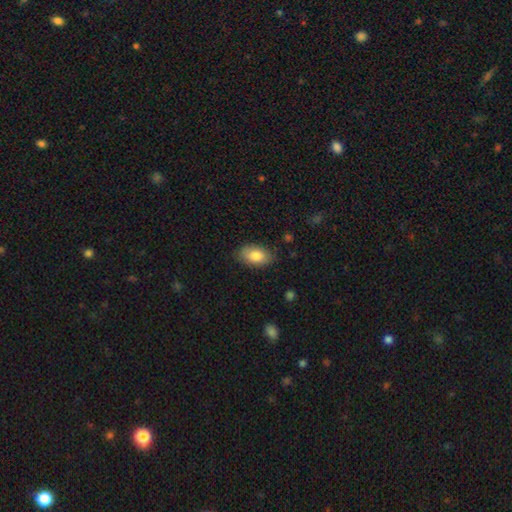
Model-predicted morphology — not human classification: Q: Smooth or featured?
A: smooth (84%); runner-up: featured or disk (9%)
Q: How rounded?
A: in between (93%); runner-up: round (5%)
Q: Merging?
A: none (82%); runner-up: minor disturbance (14%)